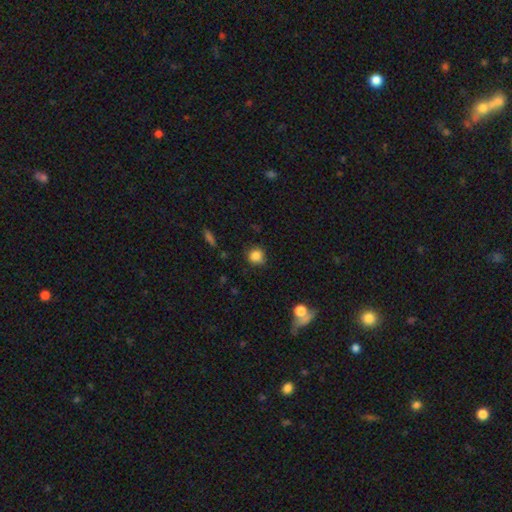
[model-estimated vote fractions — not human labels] A smooth galaxy with no disk features (84%) that is round (85%). Merging: none (77%).